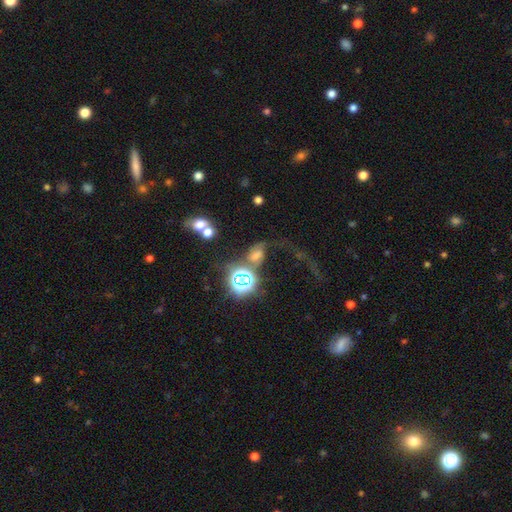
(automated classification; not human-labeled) Overall: star or artifact (36%; smooth 35%).